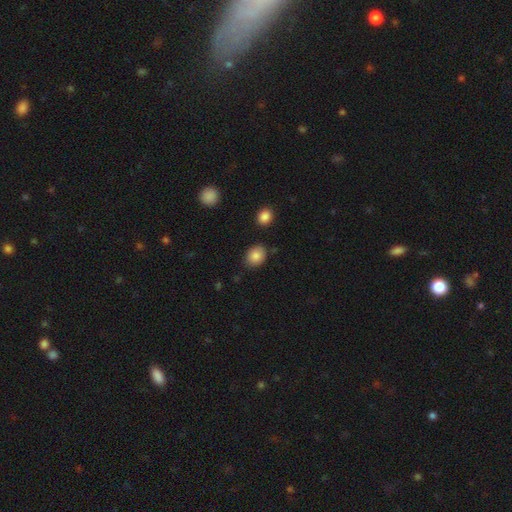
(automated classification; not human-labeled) Smooth or featured? Predicted: smooth (p=0.85). How rounded? Predicted: in between (p=0.57). Merging? Predicted: none (p=0.83).